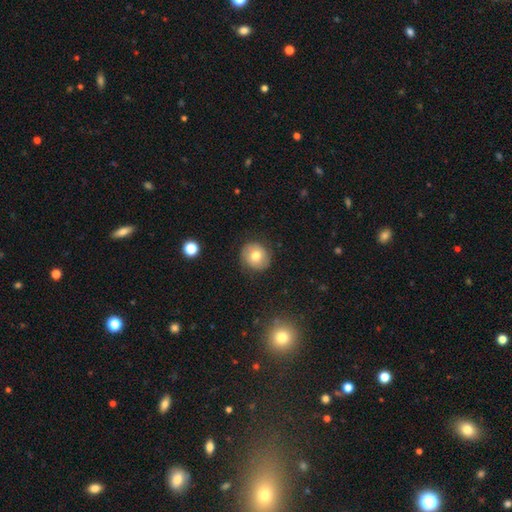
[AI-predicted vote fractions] Smooth or featured: smooth — 71% (featured or disk — 19%)
How rounded: round — 85% (in between — 14%)
Merging: none — 84% (minor disturbance — 11%)